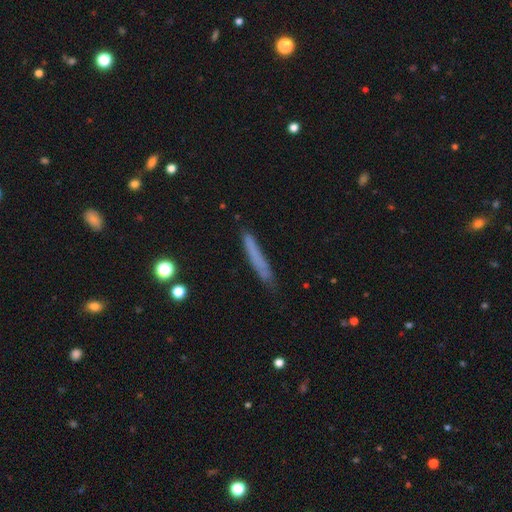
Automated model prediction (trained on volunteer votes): The model was most divided on "smooth or featured": smooth: 67%, featured or disk: 24%, star or artifact: 9%. More confident: how rounded — cigar-shaped (95%); merging — none (79%).